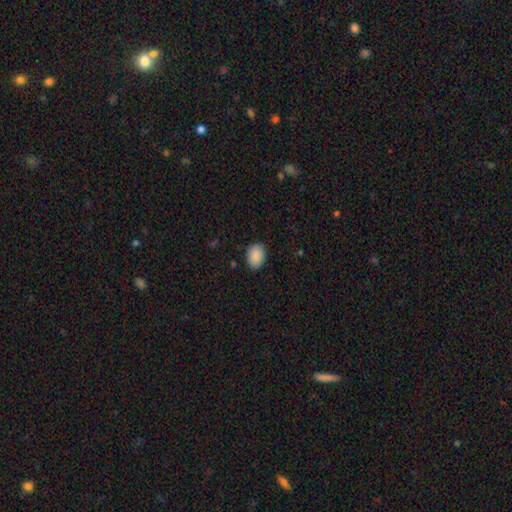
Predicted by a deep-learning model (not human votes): Overall: smooth (89%). How rounded: in between (73%). Merging: none (88%).